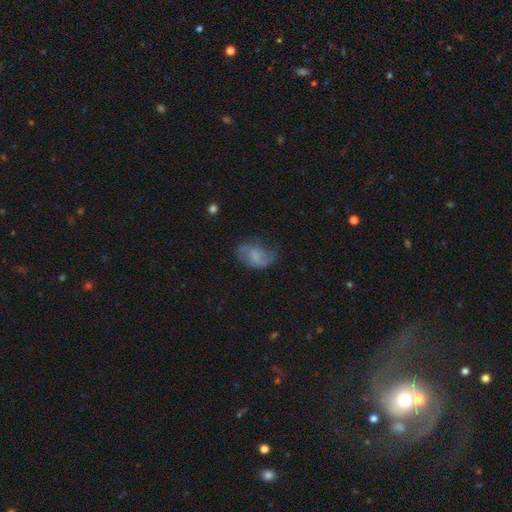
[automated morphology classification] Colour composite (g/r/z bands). It shows a featured or disk galaxy (46%). Merging: none (53%).